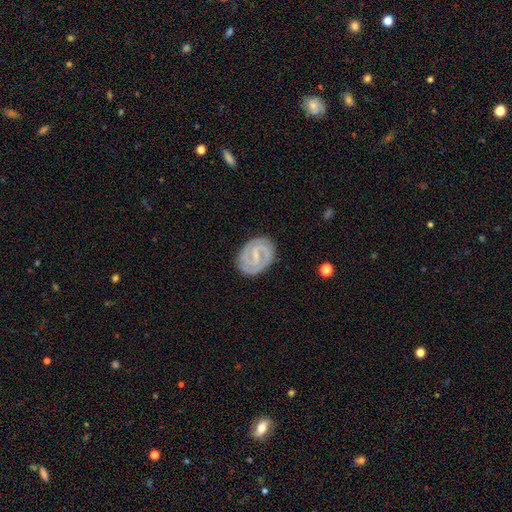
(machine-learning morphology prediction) Smooth or featured: featured or disk — 86% (smooth — 9%)
Edge-on disk: no — 97% (yes — 3%)
Bar: weak — 48% (strong — 36%)
Spiral arms: yes — 96% (no — 4%)
Spiral winding: tight — 60% (medium — 34%)
Spiral arm count: 2 — 87% (can't tell — 5%)
Bulge size: small — 64% (moderate — 19%)
Merging: none — 84% (minor disturbance — 11%)